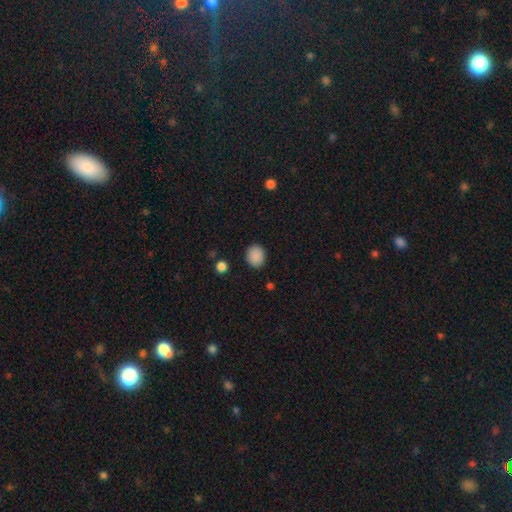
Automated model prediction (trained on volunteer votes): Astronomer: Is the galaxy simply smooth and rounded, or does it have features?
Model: smooth — 88%.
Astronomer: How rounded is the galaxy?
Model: round — 55% (runner-up: in between, 44%).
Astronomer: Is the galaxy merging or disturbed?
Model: none — 87%.